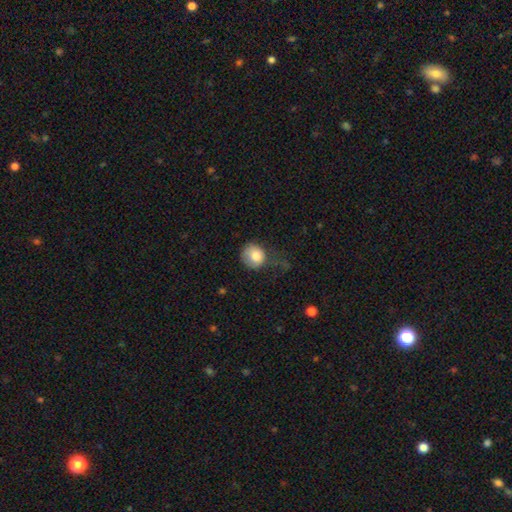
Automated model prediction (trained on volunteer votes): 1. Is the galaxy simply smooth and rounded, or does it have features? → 80% smooth, 12% featured or disk, 8% star or artifact.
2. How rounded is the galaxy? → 80% round, 19% in between, 1% cigar-shaped.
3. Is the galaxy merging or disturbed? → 43% none, 30% minor disturbance, 24% major disturbance, 2% merger.